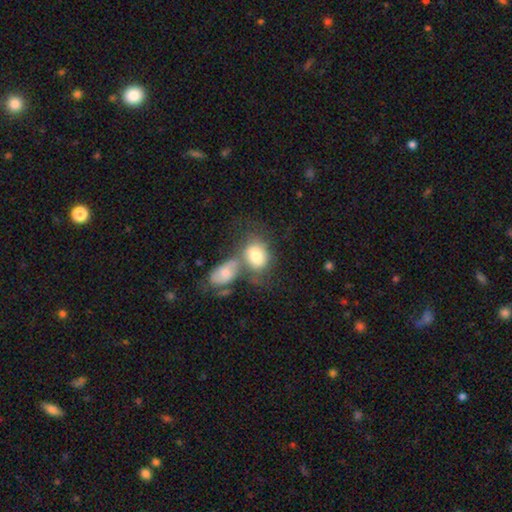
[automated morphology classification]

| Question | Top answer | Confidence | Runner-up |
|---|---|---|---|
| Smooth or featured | smooth | 68% | featured or disk (25%) |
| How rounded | in between | 65% | round (33%) |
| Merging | merger | 54% | none (24%) |